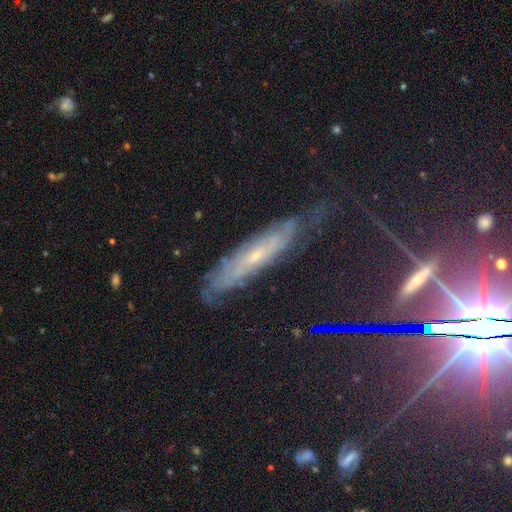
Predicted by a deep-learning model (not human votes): Smooth or featured? featured or disk (72%)
Edge-on disk? no (61%)
Merging? none (74%)